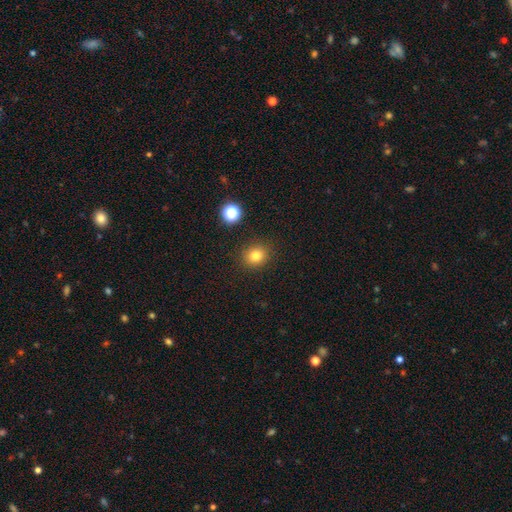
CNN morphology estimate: The model was most divided on "how rounded": round: 80%, in between: 20%, cigar-shaped: 1%. More confident: merging — none (89%); smooth or featured — smooth (79%).